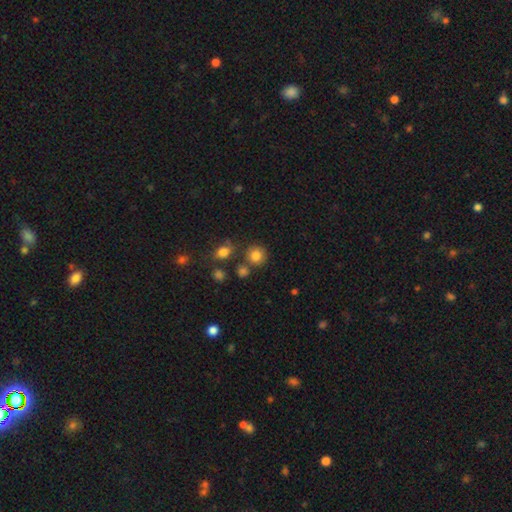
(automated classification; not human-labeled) Smooth or featured: smooth — 82% (star or artifact — 12%)
How rounded: round — 88% (in between — 11%)
Merging: none — 77% (merger — 10%)